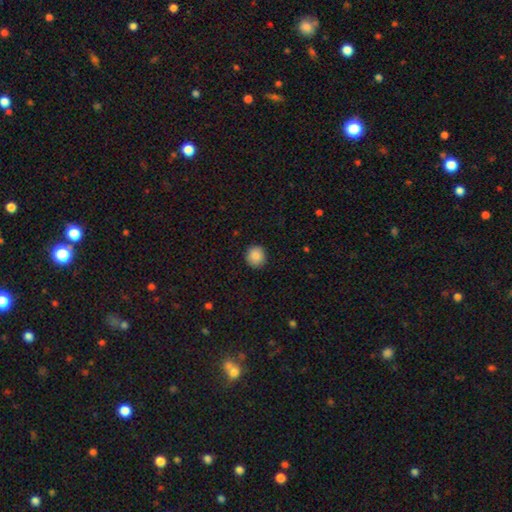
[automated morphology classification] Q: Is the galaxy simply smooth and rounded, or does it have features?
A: smooth — 88%.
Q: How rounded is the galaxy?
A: round — 89%.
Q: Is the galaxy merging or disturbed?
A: none — 90%.